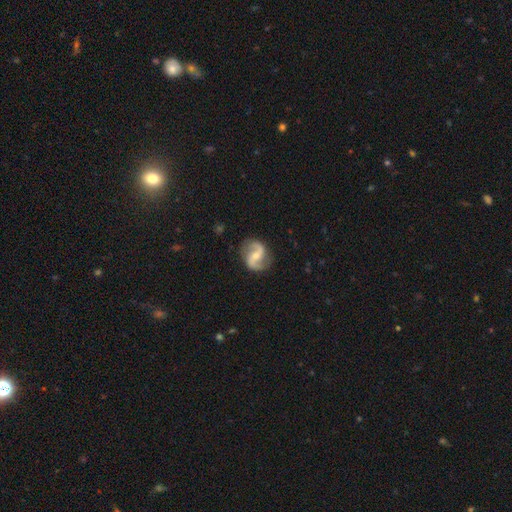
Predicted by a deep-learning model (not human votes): Smooth or featured? featured or disk (88%)
Edge-on disk? no (98%)
Bar? weak (43%)
Spiral arms? yes (96%)
Spiral winding? loose (48%)
Spiral arm count? 2 (94%)
Bulge size? small (52%)
Merging? none (83%)